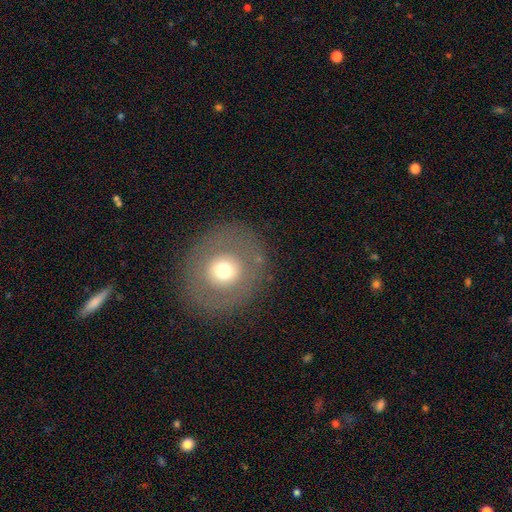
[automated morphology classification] The model was most divided on "smooth or featured": smooth: 54%, featured or disk: 35%, star or artifact: 10%. More confident: merging — none (86%); how rounded — round (81%).